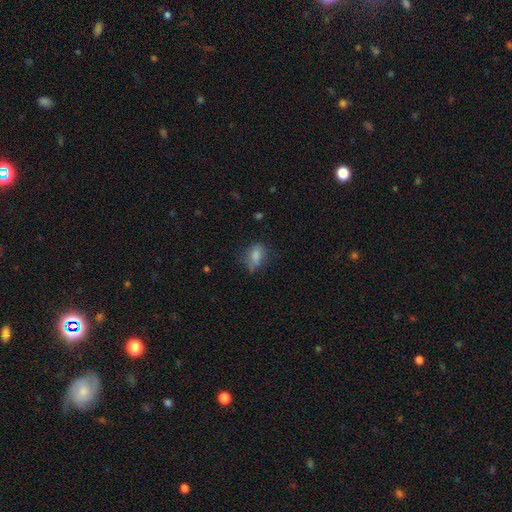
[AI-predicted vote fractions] The model was most divided on "merging": none: 59%, minor disturbance: 27%, major disturbance: 11%, merger: 3%. More confident: how rounded — in between (79%); smooth or featured — smooth (76%).